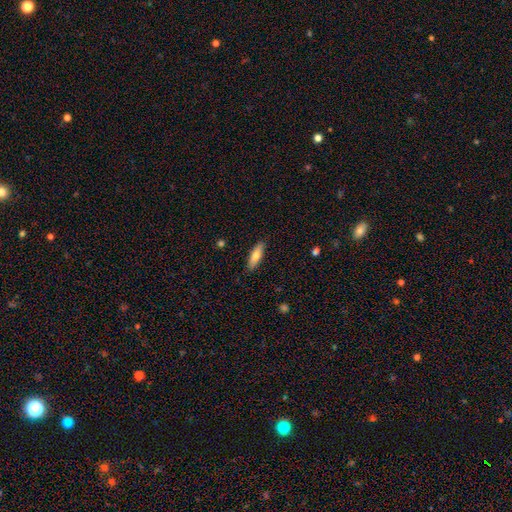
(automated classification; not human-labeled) The model was most divided on "how rounded": cigar-shaped: 50%, in between: 48%, round: 2%. More confident: merging — none (88%); smooth or featured — smooth (74%).